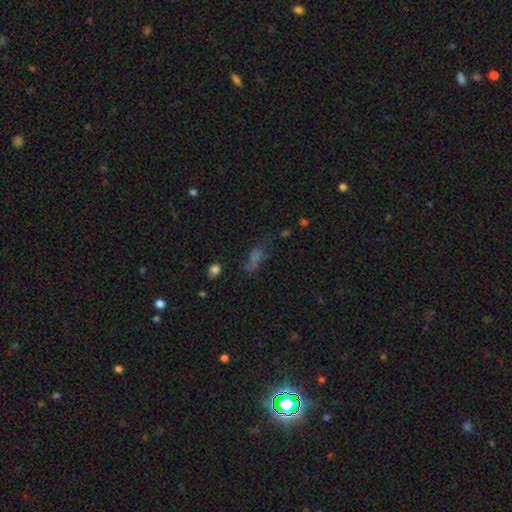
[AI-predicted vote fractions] The model was most divided on "smooth or featured": smooth: 45%, star or artifact: 35%, featured or disk: 20%. Remaining: merging — none (50%).